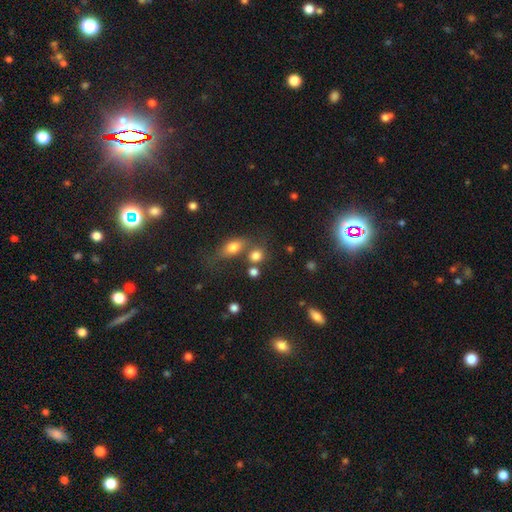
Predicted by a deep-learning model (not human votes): Smooth or featured: smooth — 78% (star or artifact — 13%)
How rounded: round — 66% (in between — 32%)
Merging: none — 56% (merger — 27%)